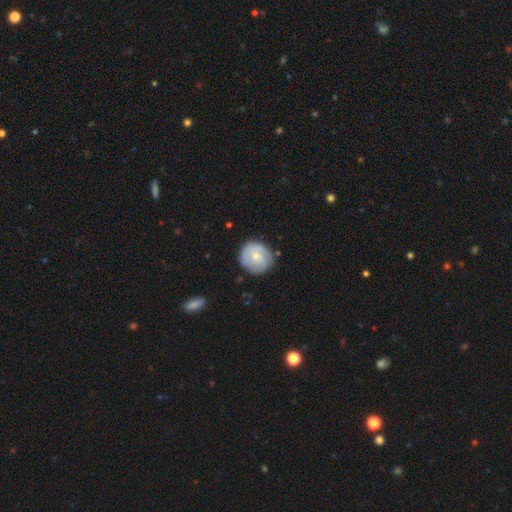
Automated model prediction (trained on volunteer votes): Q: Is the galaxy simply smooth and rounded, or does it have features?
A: smooth — 50%.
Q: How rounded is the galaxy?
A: round — 89%.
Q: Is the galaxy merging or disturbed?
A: none — 77%.